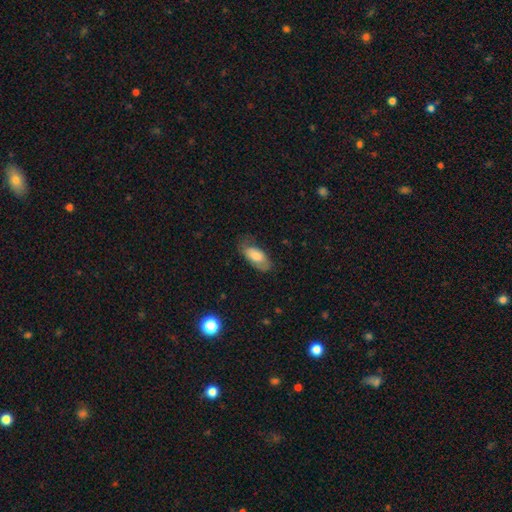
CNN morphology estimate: The model was most divided on "merging": none: 64%, minor disturbance: 25%, major disturbance: 10%, merger: 1%. More confident: how rounded — in between (89%); smooth or featured — smooth (71%).